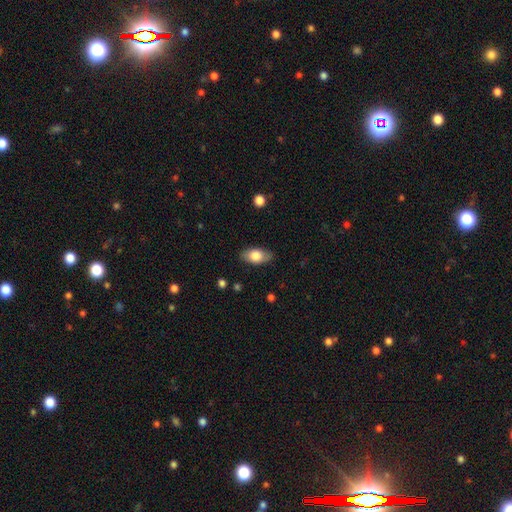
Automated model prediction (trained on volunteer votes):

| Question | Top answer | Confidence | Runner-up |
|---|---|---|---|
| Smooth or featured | smooth | 77% | featured or disk (16%) |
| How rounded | in between | 91% | round (5%) |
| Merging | none | 85% | minor disturbance (12%) |